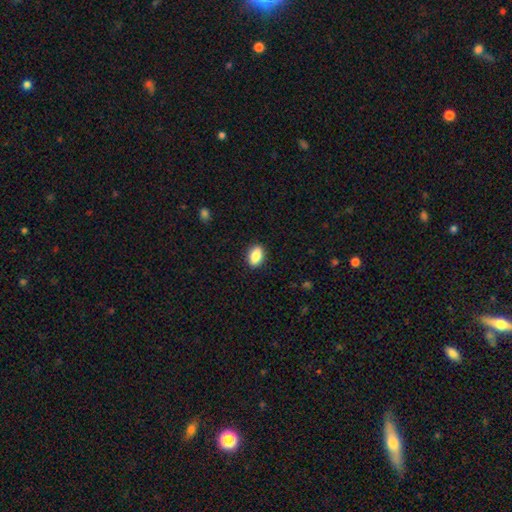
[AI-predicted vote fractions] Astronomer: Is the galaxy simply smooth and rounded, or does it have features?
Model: smooth — 86%.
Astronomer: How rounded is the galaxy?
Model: in between — 87%.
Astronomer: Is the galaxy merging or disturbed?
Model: none — 89%.